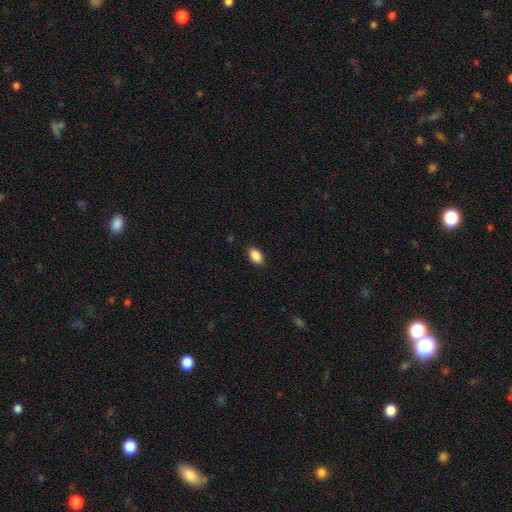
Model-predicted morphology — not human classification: Q: Smooth or featured?
A: smooth (89%); runner-up: star or artifact (8%)
Q: How rounded?
A: in between (90%); runner-up: round (8%)
Q: Merging?
A: none (86%); runner-up: minor disturbance (11%)